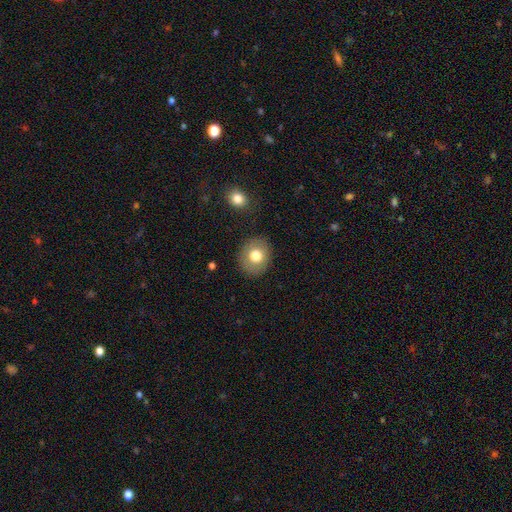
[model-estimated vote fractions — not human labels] smooth-or-featured: smooth: 76% | featured or disk: 16% | star or artifact: 9%
  how-rounded: round: 72% | in between: 28% | cigar-shaped: 1%
  merging: none: 87% | minor disturbance: 9% | major disturbance: 3% | merger: 2%